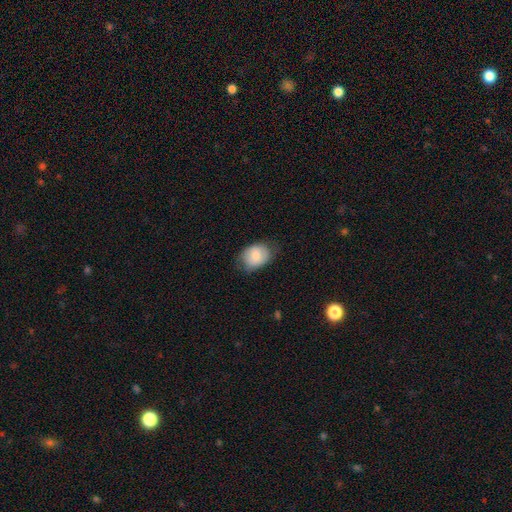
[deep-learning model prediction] A smooth galaxy with no disk features (75%) that is in between round and cigar-shaped (66%). Merging: none (69%).